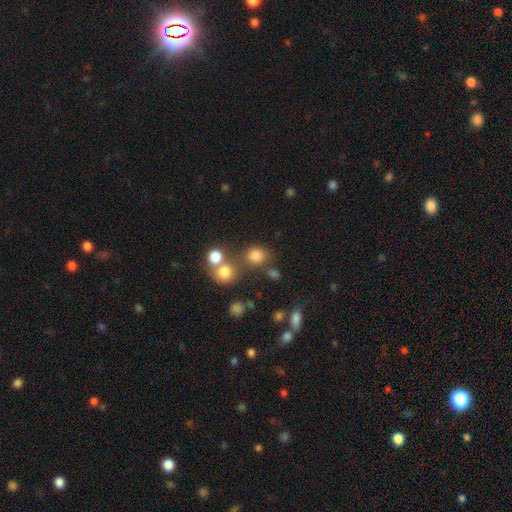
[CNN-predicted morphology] type=smooth (79%); roundness=round (80%); merging=none (60%).